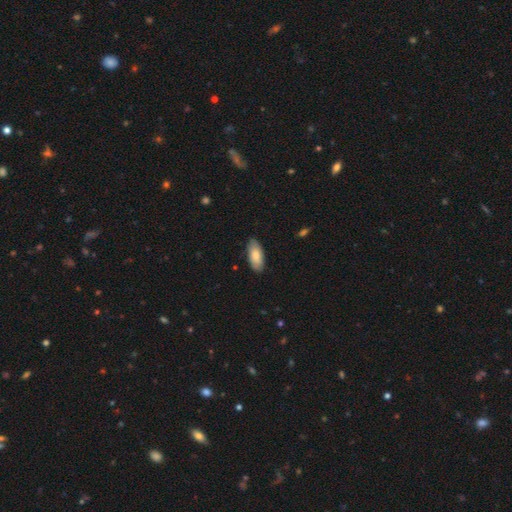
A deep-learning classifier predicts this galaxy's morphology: Smooth or featured: smooth — 79% (featured or disk — 15%)
How rounded: in between — 87% (cigar-shaped — 11%)
Merging: none — 84% (minor disturbance — 13%)